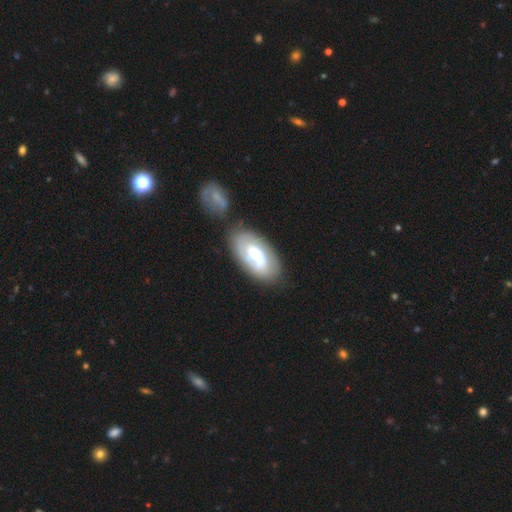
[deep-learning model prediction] Smooth or featured? Predicted: featured or disk (p=0.55). Edge-on disk? Predicted: no (p=0.94). Bar? Predicted: no (p=0.43). Spiral arms? Predicted: yes (p=0.71). Bulge size? Predicted: large (p=0.37, tied with moderate). Merging? Predicted: none (p=0.60).